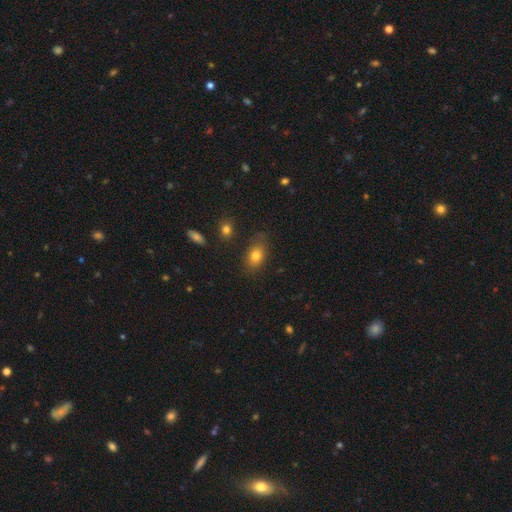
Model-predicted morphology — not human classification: A smooth galaxy with no disk features (80%) that is in between round and cigar-shaped (77%).

Vote fractions:
- Smooth or featured? smooth: 80% / star or artifact: 10% / featured or disk: 10%
- How rounded? in between: 77% / round: 21% / cigar-shaped: 2%
- Merging? none: 70% / minor disturbance: 20% / major disturbance: 6% / merger: 3%